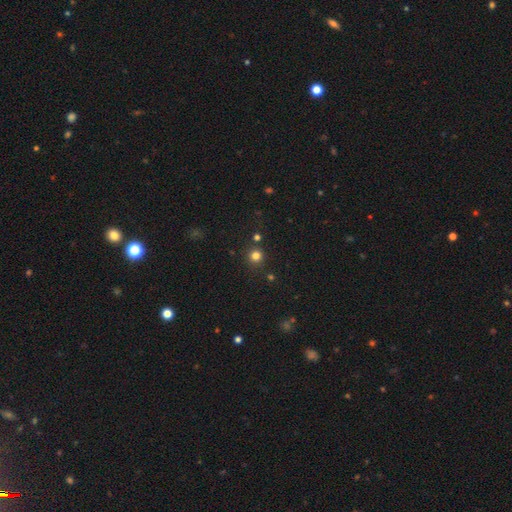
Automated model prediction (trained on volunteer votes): This is likely a smooth galaxy (78%). How rounded: clearly round (94%). Merging: clearly none (86%).